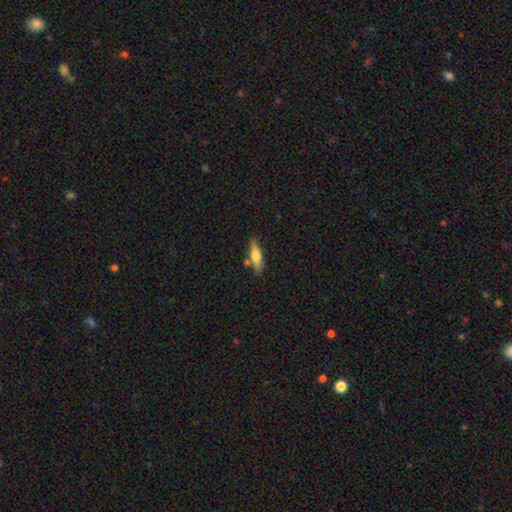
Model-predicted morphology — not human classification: smooth 59%, featured or disk 34%, star or artifact 6%. Down the decision tree: how rounded — cigar-shaped (64%); merging — none (75%).